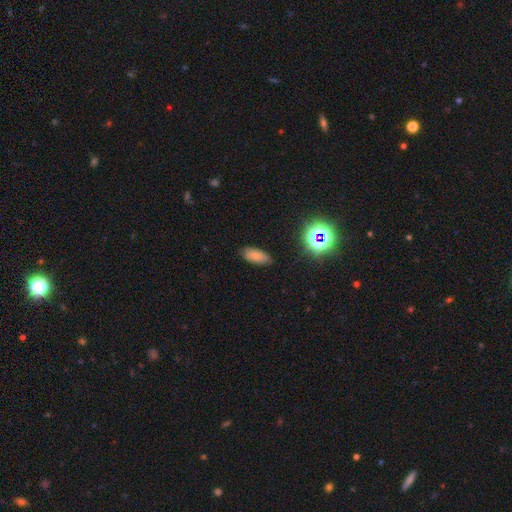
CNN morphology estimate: Q: Smooth or featured?
A: smooth (75%); runner-up: star or artifact (15%)
Q: How rounded?
A: in between (87%); runner-up: cigar-shaped (9%)
Q: Merging?
A: none (81%); runner-up: minor disturbance (14%)